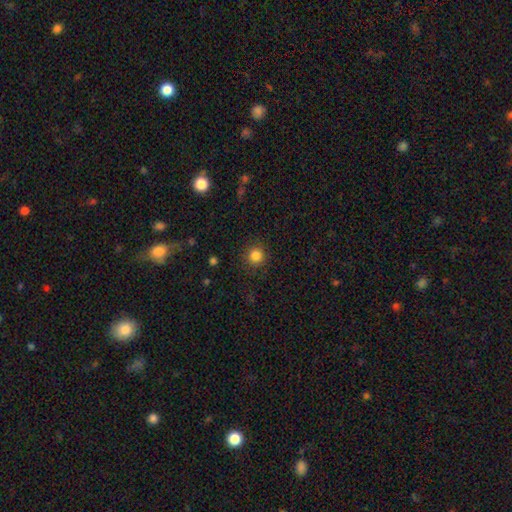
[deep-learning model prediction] smooth_or_featured: smooth (p=0.84) [alt: star or artifact p=0.12]
how_rounded: round (p=0.94) [alt: in between p=0.05]
merging: none (p=0.89) [alt: minor disturbance p=0.07]